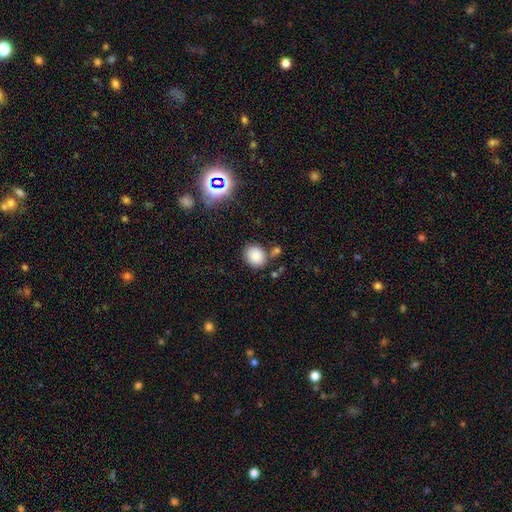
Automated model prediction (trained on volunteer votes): smooth_or_featured: smooth (p=0.84) [alt: star or artifact p=0.11]
how_rounded: round (p=0.59) [alt: in between p=0.40]
merging: none (p=0.73) [alt: minor disturbance p=0.13]